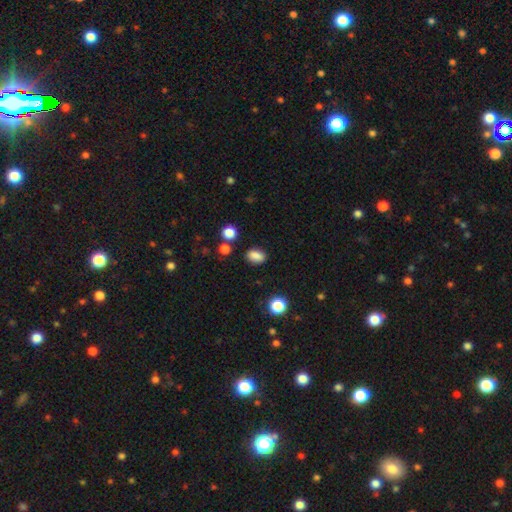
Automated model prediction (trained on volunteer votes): Smooth or featured: smooth — 85% (star or artifact — 11%)
How rounded: in between — 81% (round — 16%)
Merging: none — 83% (minor disturbance — 11%)